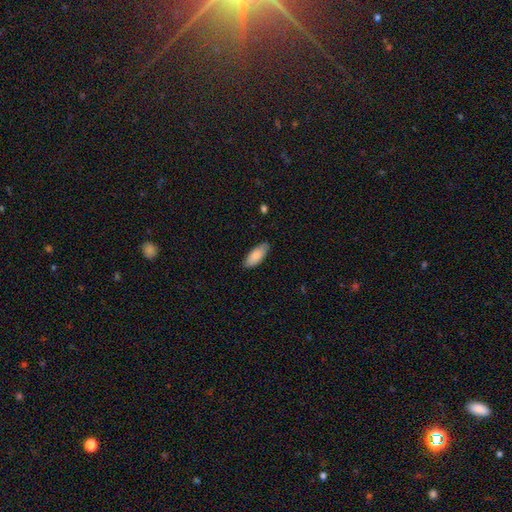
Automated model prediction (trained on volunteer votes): Q: Smooth or featured?
A: smooth (88%); runner-up: featured or disk (7%)
Q: How rounded?
A: in between (82%); runner-up: cigar-shaped (17%)
Q: Merging?
A: none (86%); runner-up: minor disturbance (11%)